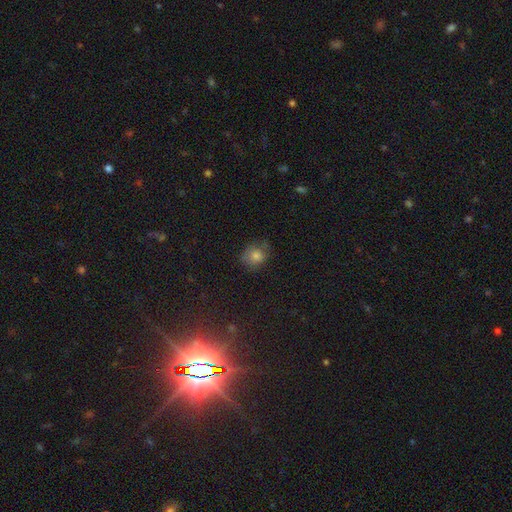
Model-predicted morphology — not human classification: Overall: smooth (74%). How rounded: round (68%; in between 31%). Merging: none (65%; minor disturbance 25%).